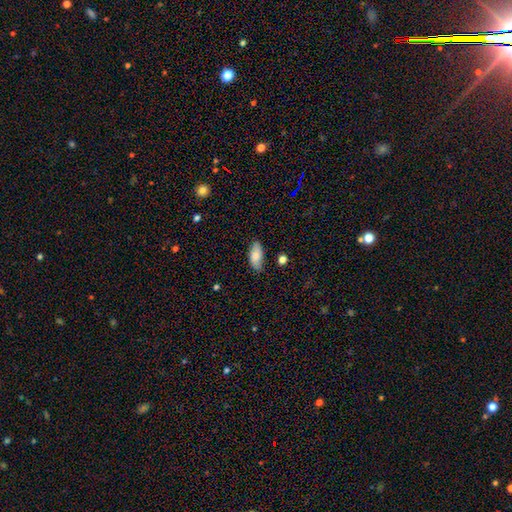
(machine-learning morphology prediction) Smooth or featured? smooth (81%)
How rounded? in between (90%)
Merging? none (77%)